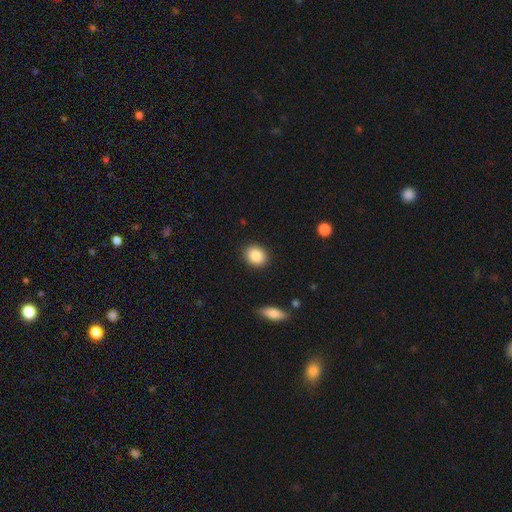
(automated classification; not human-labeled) Smooth or featured? Predicted: smooth (p=0.86). How rounded? Predicted: round (p=0.58). Merging? Predicted: none (p=0.90).